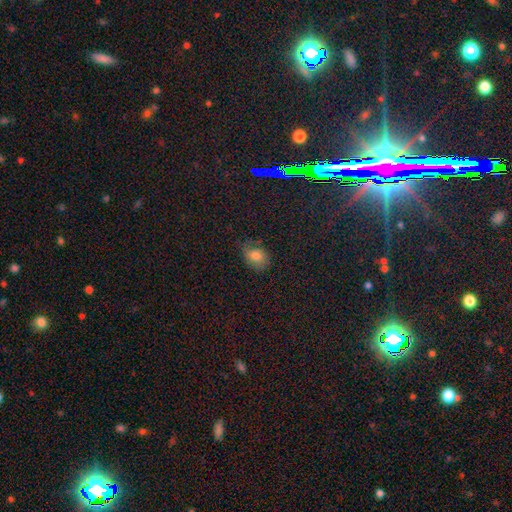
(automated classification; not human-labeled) This appears to be a smooth galaxy with no disk features (75%) that is in between round and cigar-shaped (64%). Merging: none (67%).